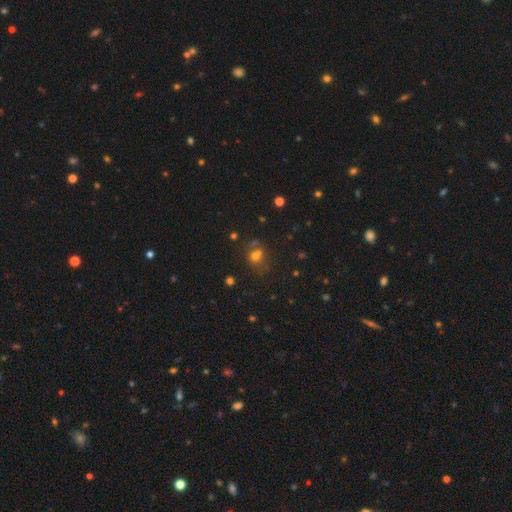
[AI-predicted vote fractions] This appears to be a smooth galaxy with no disk features (64%) that is round (70%). Merging: none (53%).